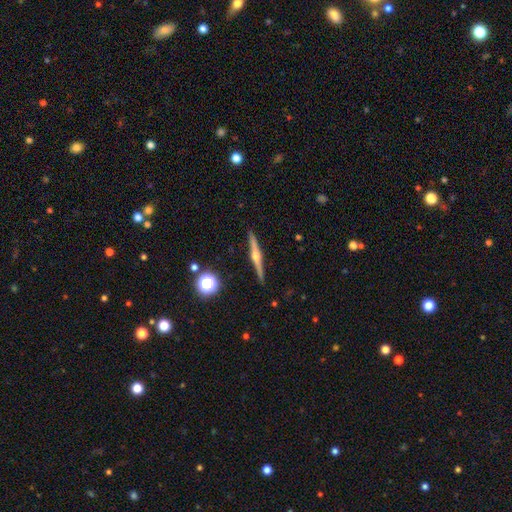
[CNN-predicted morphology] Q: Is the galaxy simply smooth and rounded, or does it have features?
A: featured or disk — 80%.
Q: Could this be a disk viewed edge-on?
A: yes — 98%.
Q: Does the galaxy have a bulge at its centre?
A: rounded — 91%.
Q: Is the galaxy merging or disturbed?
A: none — 92%.